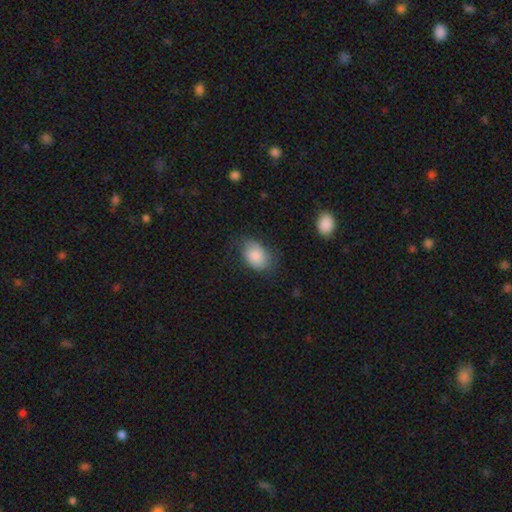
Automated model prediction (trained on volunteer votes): smooth-or-featured: smooth: 82% | featured or disk: 10% | star or artifact: 7%
  how-rounded: in between: 78% | round: 21% | cigar-shaped: 1%
  merging: none: 62% | minor disturbance: 27% | major disturbance: 9% | merger: 2%